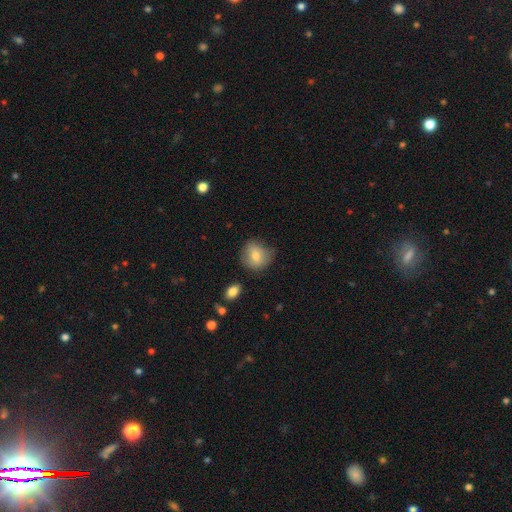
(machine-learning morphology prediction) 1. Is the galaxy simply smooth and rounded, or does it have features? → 72% smooth, 20% featured or disk, 8% star or artifact.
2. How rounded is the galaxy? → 72% round, 26% in between, 1% cigar-shaped.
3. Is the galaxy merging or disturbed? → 64% none, 26% minor disturbance, 7% major disturbance, 2% merger.